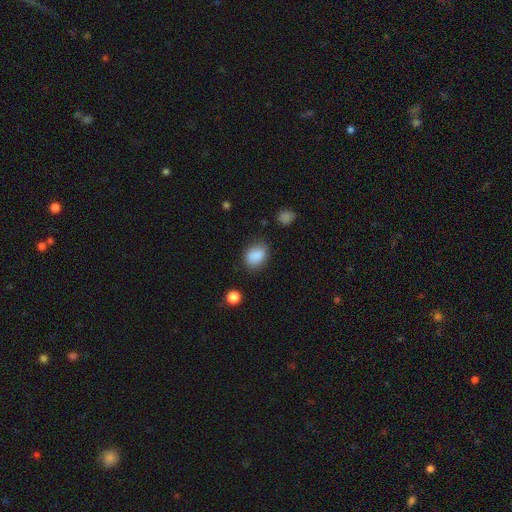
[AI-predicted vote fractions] Smooth or featured? smooth (86%)
How rounded? in between (66%)
Merging? none (76%)